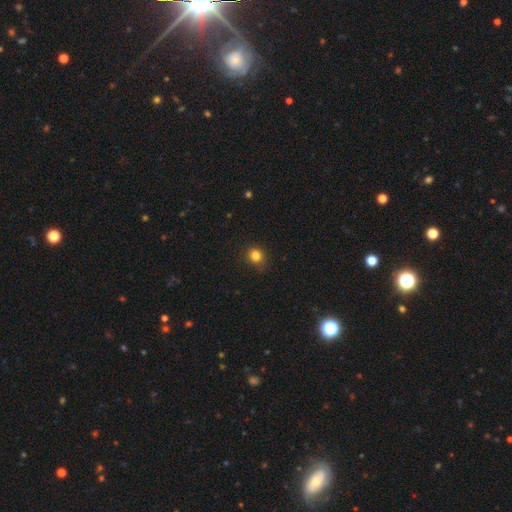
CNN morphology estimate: Q: Smooth or featured?
A: smooth (82%); runner-up: star or artifact (13%)
Q: How rounded?
A: round (82%); runner-up: in between (17%)
Q: Merging?
A: none (80%); runner-up: minor disturbance (15%)